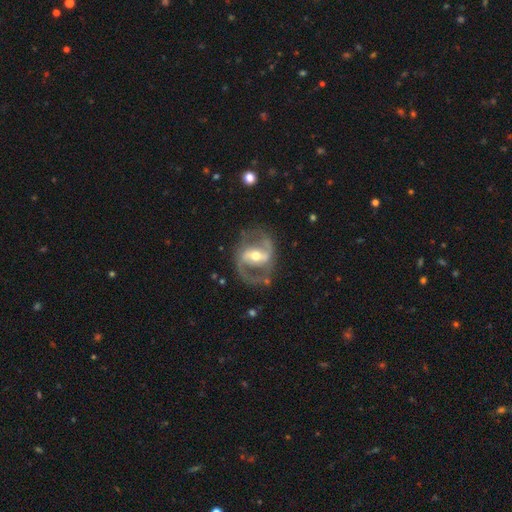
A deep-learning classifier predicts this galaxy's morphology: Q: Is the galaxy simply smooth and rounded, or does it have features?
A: featured or disk — 88%.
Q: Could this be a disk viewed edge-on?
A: no — 97%.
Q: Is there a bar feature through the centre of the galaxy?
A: strong — 49%.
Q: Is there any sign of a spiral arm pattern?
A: yes — 92%.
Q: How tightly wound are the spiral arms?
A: medium — 55%.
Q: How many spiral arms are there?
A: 2 — 89%.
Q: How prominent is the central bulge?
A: moderate — 67%.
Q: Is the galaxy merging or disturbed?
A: none — 72%.